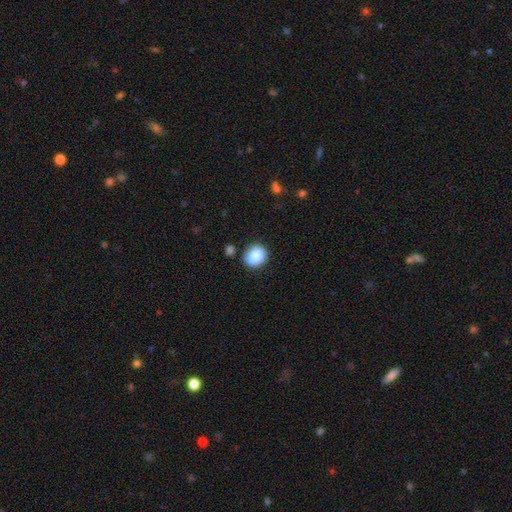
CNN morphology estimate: Smooth or featured: smooth — 87% (star or artifact — 8%)
How rounded: round — 73% (in between — 26%)
Merging: none — 80% (minor disturbance — 12%)